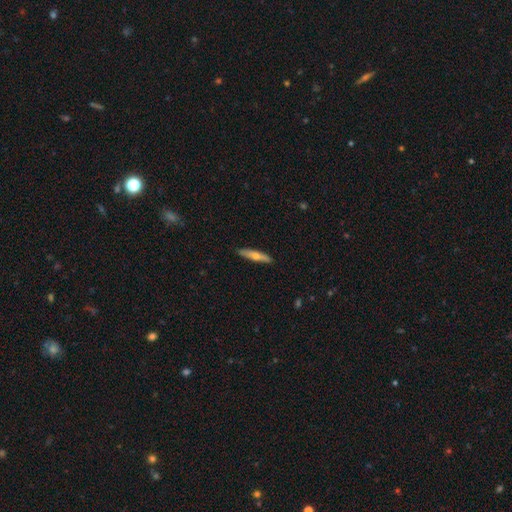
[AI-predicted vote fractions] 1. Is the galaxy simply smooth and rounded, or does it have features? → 47% featured or disk (tied), 47% smooth (tied), 6% star or artifact.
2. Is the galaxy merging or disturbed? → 90% none, 8% minor disturbance, 2% major disturbance, 1% merger.